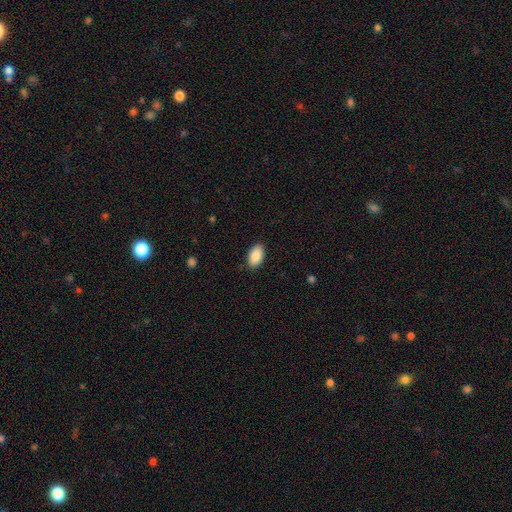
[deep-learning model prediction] This is clearly a smooth galaxy (90%). How rounded: clearly in between (94%). Merging: clearly none (88%).